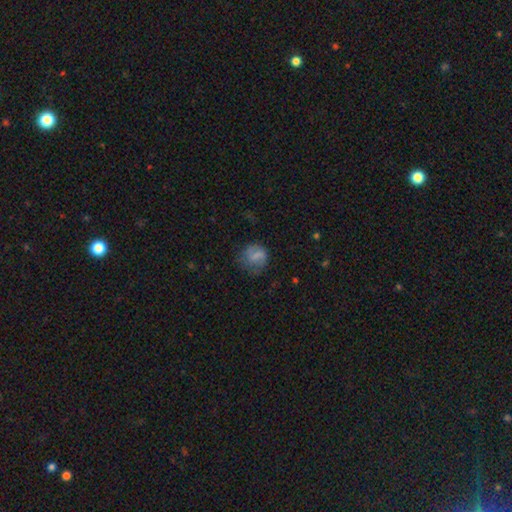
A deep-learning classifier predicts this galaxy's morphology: This is likely a smooth galaxy (67%). How rounded: likely round (74%). Merging: possibly none (53%).